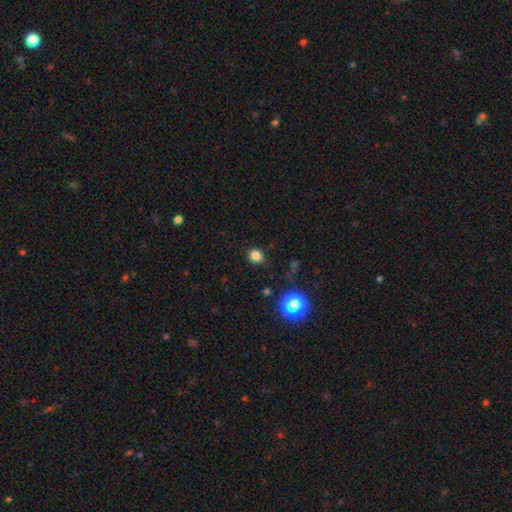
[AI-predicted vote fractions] Overall: smooth (80%). How rounded: round (63%; in between 36%). Merging: none (83%).